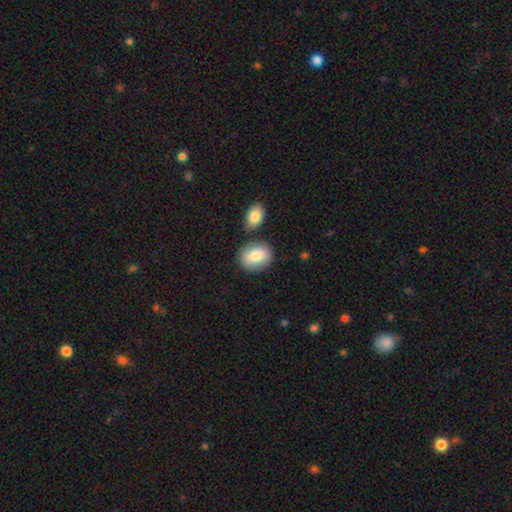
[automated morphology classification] The model was most divided on "how rounded": in between: 61%, round: 38%, cigar-shaped: 1%. More confident: smooth or featured — smooth (82%); merging — none (71%).